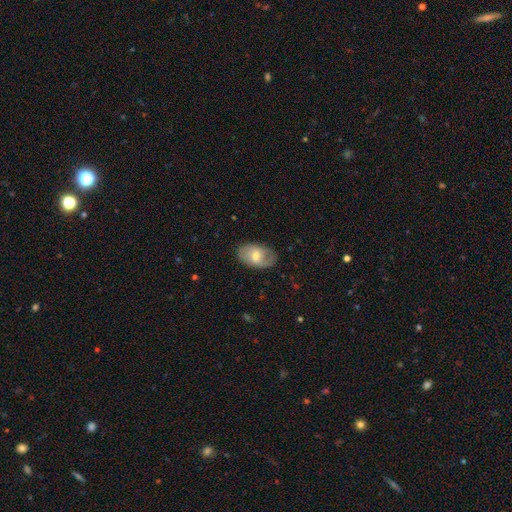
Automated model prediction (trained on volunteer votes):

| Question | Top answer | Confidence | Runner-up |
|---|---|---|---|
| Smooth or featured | smooth | 48% | featured or disk (45%) |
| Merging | none | 77% | minor disturbance (17%) |